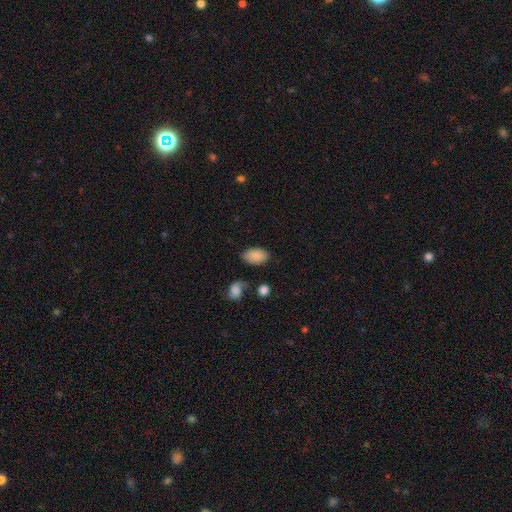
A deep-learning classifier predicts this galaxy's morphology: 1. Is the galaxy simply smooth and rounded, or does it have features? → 86% smooth, 8% star or artifact, 6% featured or disk.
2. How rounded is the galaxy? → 92% in between, 6% round, 1% cigar-shaped.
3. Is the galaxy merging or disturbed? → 76% none, 15% minor disturbance, 5% major disturbance, 4% merger.